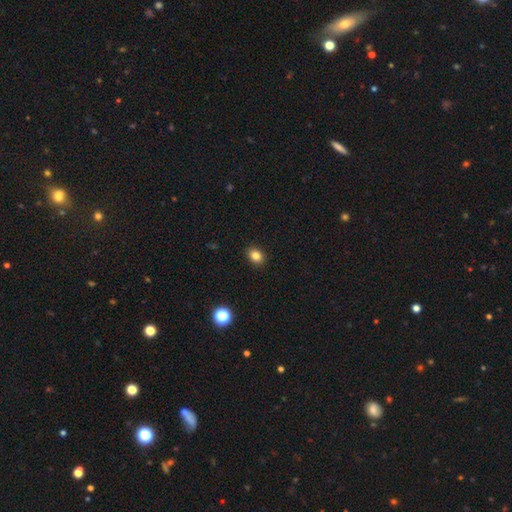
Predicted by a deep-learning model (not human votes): smooth 83%, star or artifact 11%, featured or disk 6%. Down the decision tree: how rounded — in between (61%); merging — none (91%).